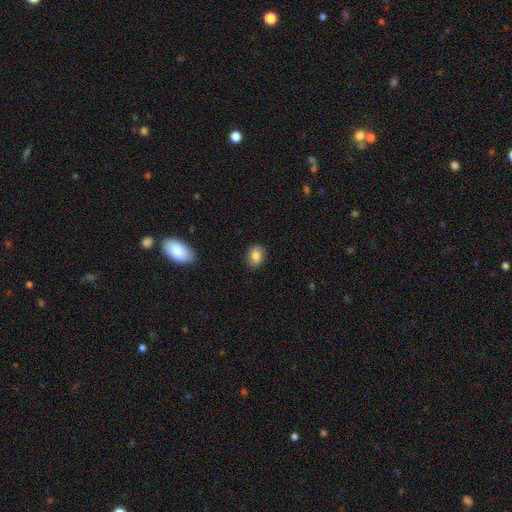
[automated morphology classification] type=smooth (83%); roundness=in between (52%); merging=none (86%).